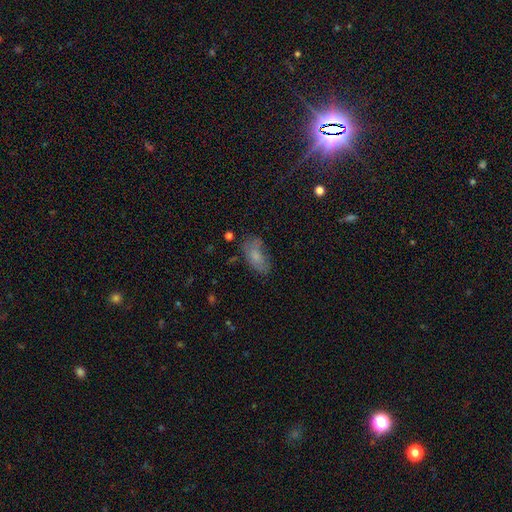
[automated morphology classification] smooth 69%, featured or disk 20%, star or artifact 10%. Down the decision tree: how rounded — in between (89%); merging — none (55%).